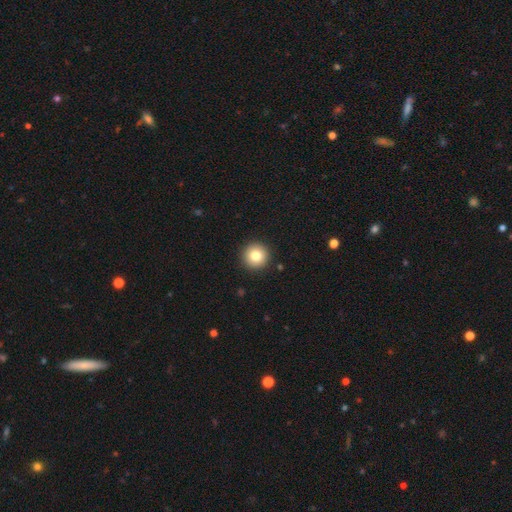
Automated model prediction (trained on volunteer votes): smooth_or_featured: smooth (p=0.80) [alt: star or artifact p=0.10]
how_rounded: round (p=0.96) [alt: in between p=0.03]
merging: none (p=0.93) [alt: minor disturbance p=0.05]